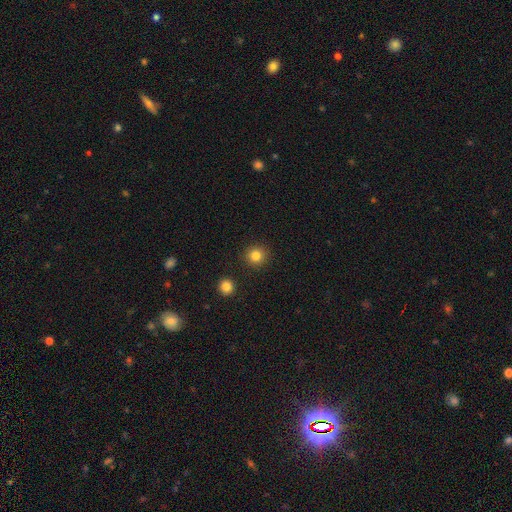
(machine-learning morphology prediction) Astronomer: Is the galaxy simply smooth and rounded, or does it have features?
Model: smooth — 83%.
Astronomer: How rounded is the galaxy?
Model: round — 93%.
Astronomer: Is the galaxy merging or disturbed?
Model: none — 91%.